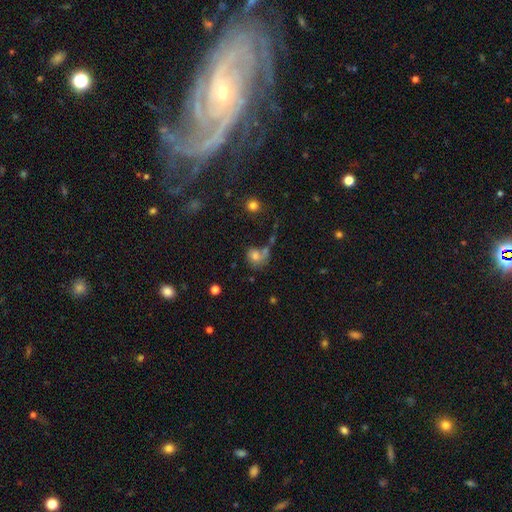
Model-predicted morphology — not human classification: type=smooth (65%); roundness=round (67%); merging=none (39%).